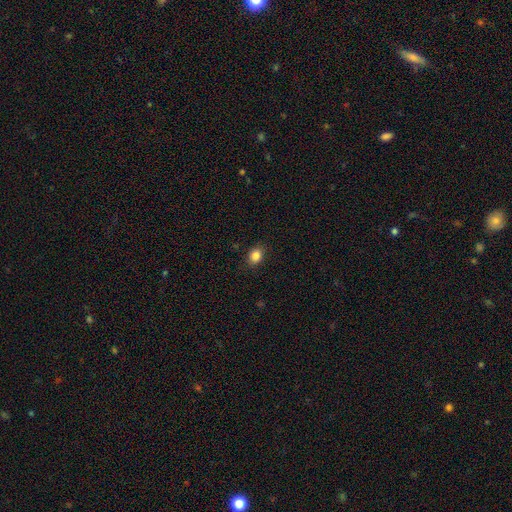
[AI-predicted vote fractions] A smooth galaxy with no disk features (86%) that is in between round and cigar-shaped (61%).

Vote fractions:
- Smooth or featured? smooth: 86% / star or artifact: 10% / featured or disk: 4%
- How rounded? in between: 61% / round: 38% / cigar-shaped: 1%
- Merging? none: 86% / minor disturbance: 10% / major disturbance: 3% / merger: 1%